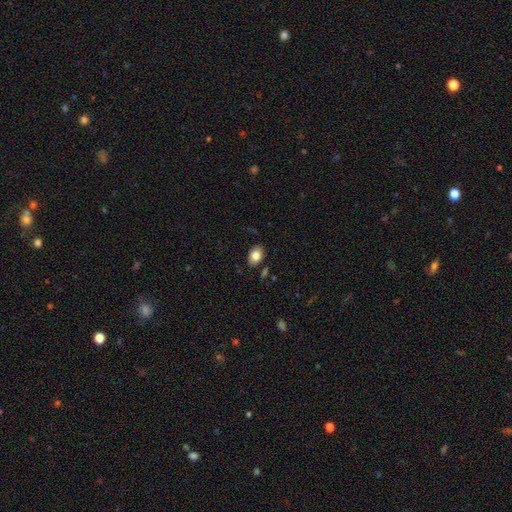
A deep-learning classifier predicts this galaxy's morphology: smooth-or-featured: smooth: 81% | featured or disk: 11% | star or artifact: 8%
  how-rounded: in between: 84% | round: 15% | cigar-shaped: 1%
  merging: none: 84% | minor disturbance: 11% | major disturbance: 2% | merger: 2%